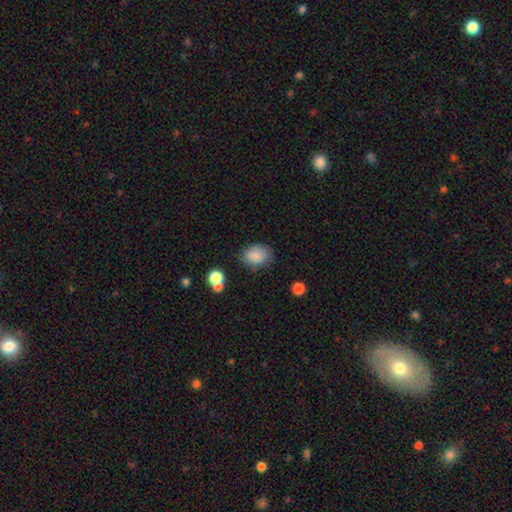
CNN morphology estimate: A smooth galaxy with no disk features (84%) that is in between round and cigar-shaped (67%). Merging: none (72%).